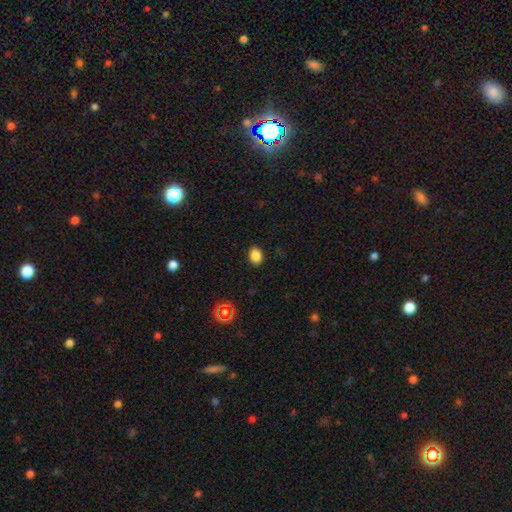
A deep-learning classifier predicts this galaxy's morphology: Smooth or featured? Predicted: smooth (p=0.85). How rounded? Predicted: in between (p=0.68). Merging? Predicted: none (p=0.88).